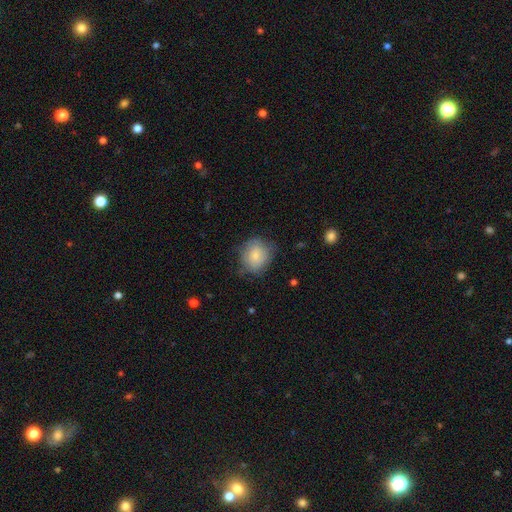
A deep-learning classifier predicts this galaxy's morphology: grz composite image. It shows a smooth galaxy with no disk features (79%) that is round (75%). Merging: none (69%).